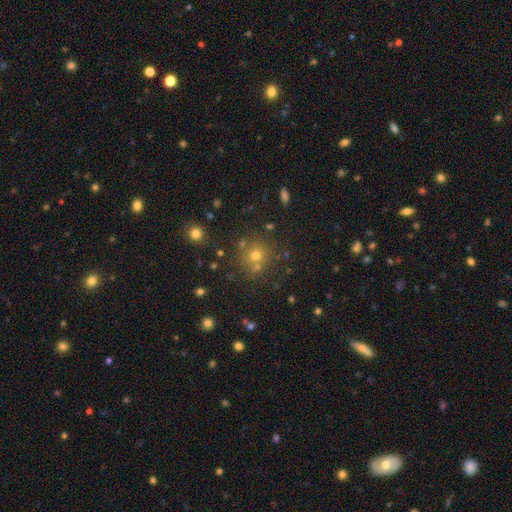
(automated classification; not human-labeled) Smooth or featured: smooth — 62% (star or artifact — 27%)
How rounded: round — 90% (in between — 9%)
Merging: none — 72% (merger — 15%)